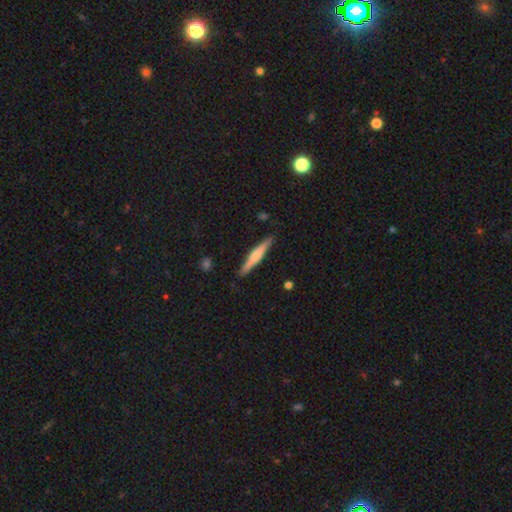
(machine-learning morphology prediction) Overall: featured or disk (50%; smooth 45%). Merging: none (89%).